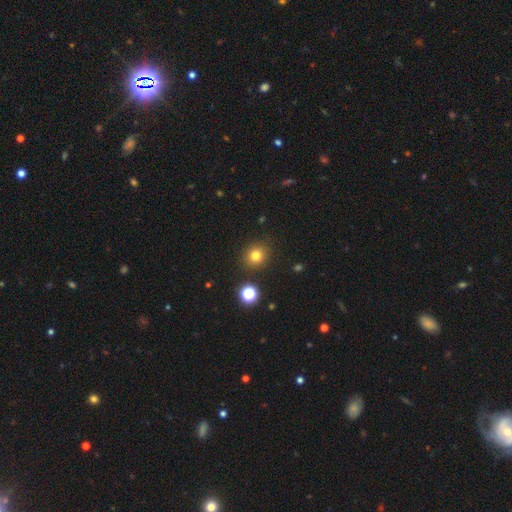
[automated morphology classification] Smooth or featured? smooth (78%)
How rounded? round (81%)
Merging? none (87%)